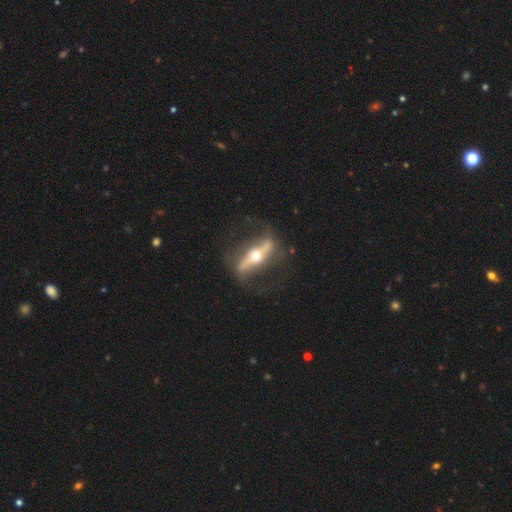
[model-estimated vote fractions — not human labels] Overall: featured or disk (83%). Edge-on disk: no (55%; yes 45%). Merging: none (70%).